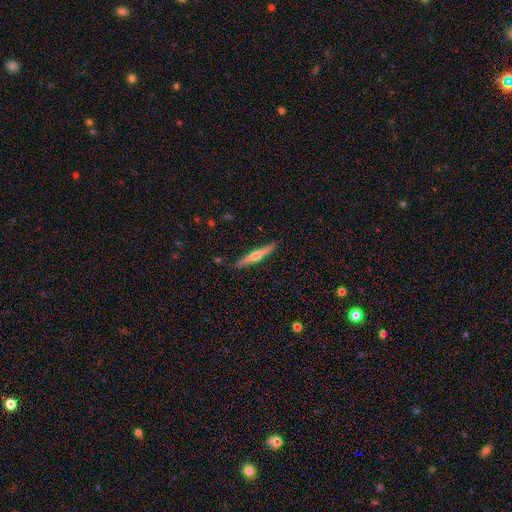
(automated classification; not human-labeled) Smooth or featured? featured or disk (61%)
Edge-on disk? yes (97%)
Edge-on bulge? rounded (86%)
Merging? none (89%)